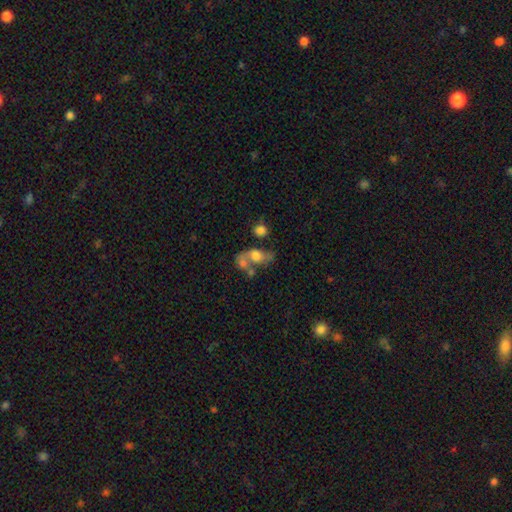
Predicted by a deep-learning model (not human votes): A smooth galaxy with no disk features (50%) that is in between round and cigar-shaped (68%). Merging: merger (49%).